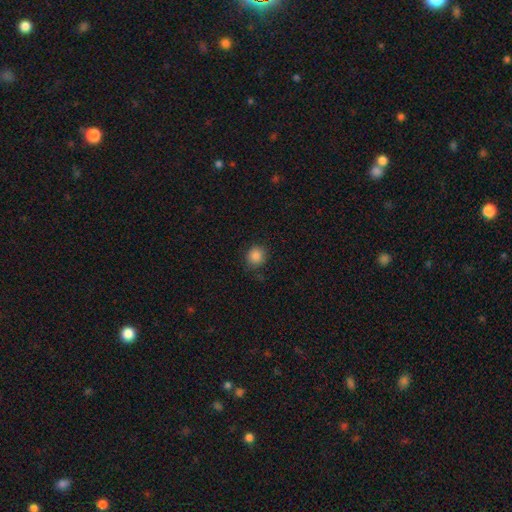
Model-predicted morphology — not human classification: A smooth galaxy with no disk features (86%) that is round (90%). Merging: none (83%).